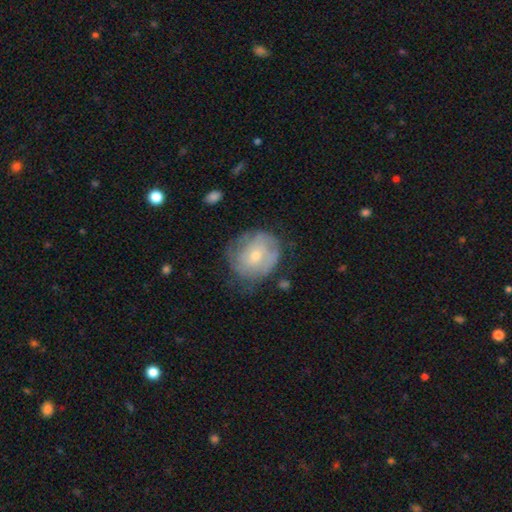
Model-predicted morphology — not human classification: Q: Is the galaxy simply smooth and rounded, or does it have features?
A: featured or disk — 55%.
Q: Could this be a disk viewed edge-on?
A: no — 96%.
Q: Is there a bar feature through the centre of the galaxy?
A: no — 76%.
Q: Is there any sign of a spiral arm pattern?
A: yes — 66%.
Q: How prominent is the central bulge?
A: small — 57%.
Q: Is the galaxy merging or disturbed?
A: none — 60%.